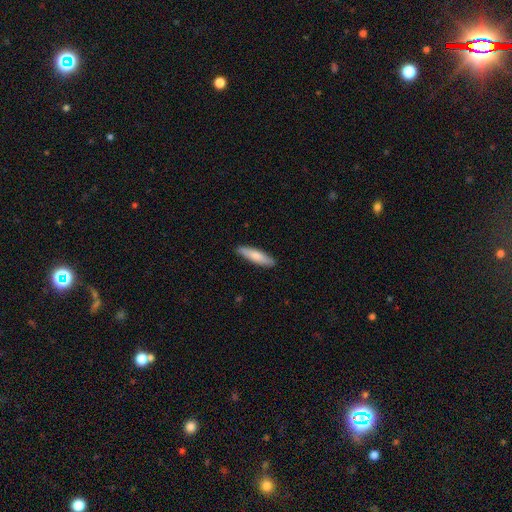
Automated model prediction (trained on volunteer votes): Morphology: type=smooth (78%); roundness=cigar-shaped (74%); merging=none (90%).